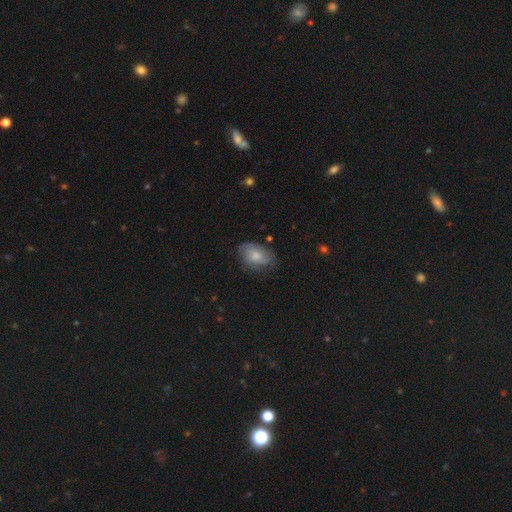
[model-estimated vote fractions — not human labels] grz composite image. It shows a smooth galaxy with no disk features (59%) that is in between round and cigar-shaped (86%). Merging: none (65%).